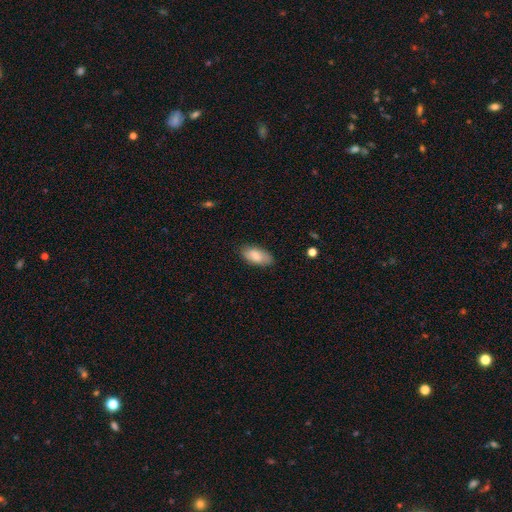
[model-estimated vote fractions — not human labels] This is clearly a smooth galaxy (81%). How rounded: clearly in between (90%). Merging: clearly none (80%).